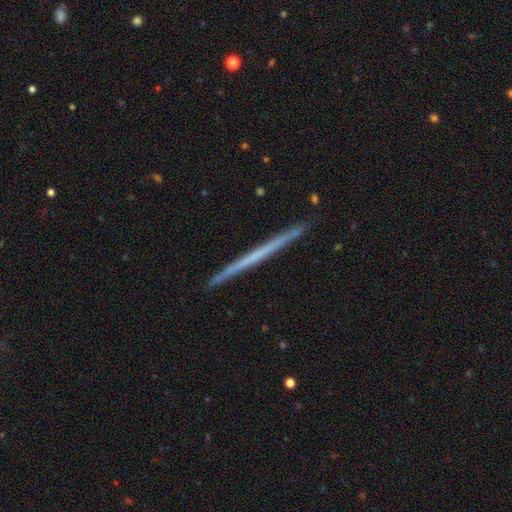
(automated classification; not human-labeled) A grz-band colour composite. It shows a featured or disk galaxy (56%) viewed edge-on (98%) with no central bulge (94%). Merging: none (92%).